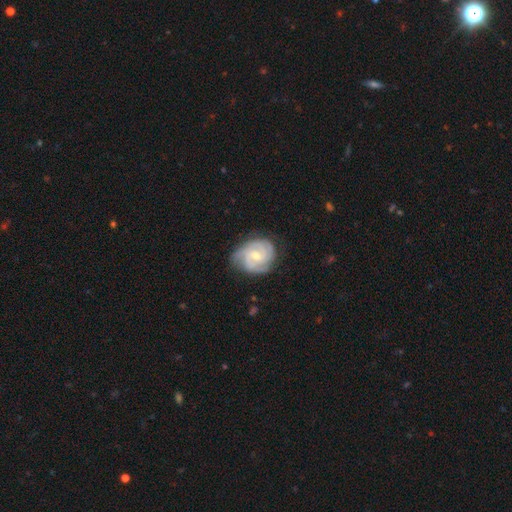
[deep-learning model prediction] Q: Smooth or featured?
A: featured or disk (83%); runner-up: smooth (12%)
Q: Edge-on disk?
A: no (98%); runner-up: yes (2%)
Q: Bar?
A: no (47%); runner-up: weak (45%)
Q: Spiral arms?
A: yes (96%); runner-up: no (4%)
Q: Spiral winding?
A: tight (63%); runner-up: medium (32%)
Q: Spiral arm count?
A: 3 (36%); runner-up: 2 (28%)
Q: Bulge size?
A: moderate (49%); runner-up: small (47%)
Q: Merging?
A: none (70%); runner-up: minor disturbance (23%)